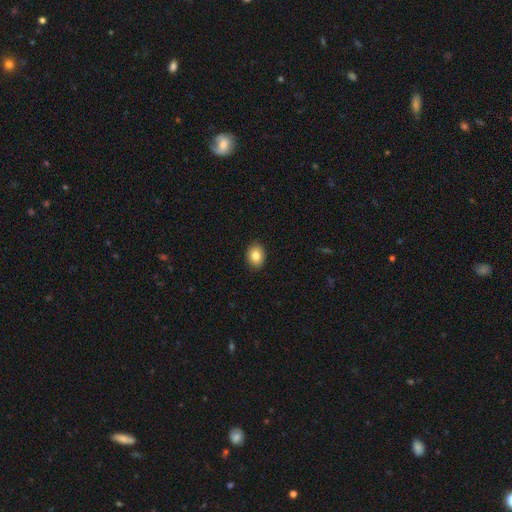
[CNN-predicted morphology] Smooth or featured?
  - smooth: 82% *
  - featured or disk: 9%
  - star or artifact: 9%
How rounded?
  - in between: 61% *
  - round: 38%
  - cigar-shaped: 1%
Merging?
  - none: 90% *
  - minor disturbance: 7%
  - major disturbance: 2%
  - merger: 1%